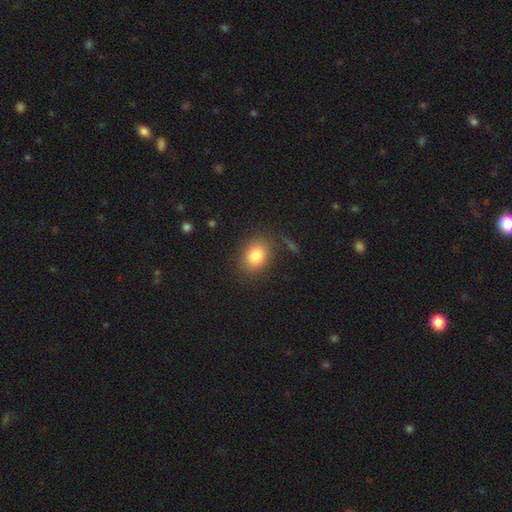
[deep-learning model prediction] Q: Smooth or featured?
A: smooth (83%); runner-up: star or artifact (10%)
Q: How rounded?
A: in between (54%); runner-up: round (45%)
Q: Merging?
A: none (82%); runner-up: minor disturbance (11%)